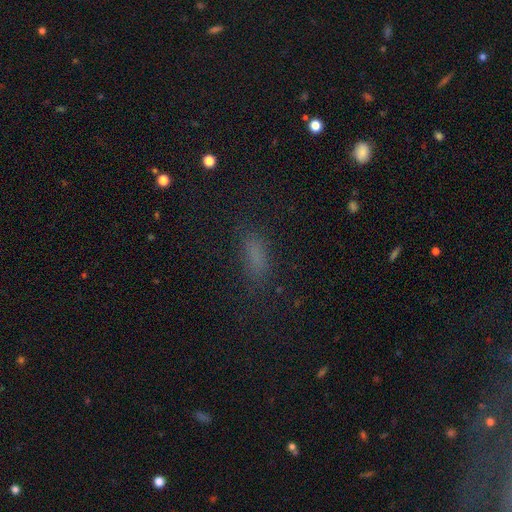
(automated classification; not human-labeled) Smooth or featured? Predicted: smooth (p=0.72). How rounded? Predicted: in between (p=0.61). Merging? Predicted: none (p=0.73).